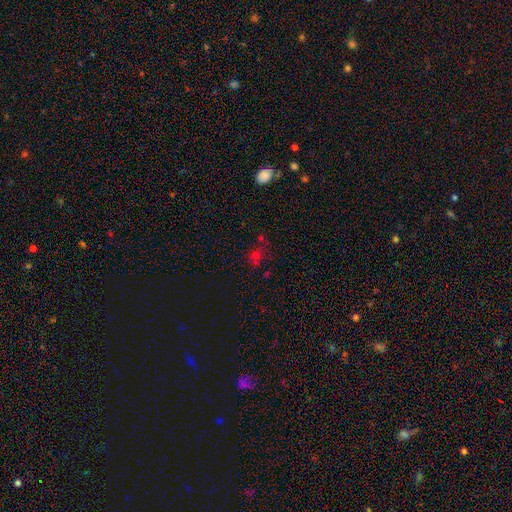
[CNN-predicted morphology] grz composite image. It shows a star or artifact, not a galaxy (45%).